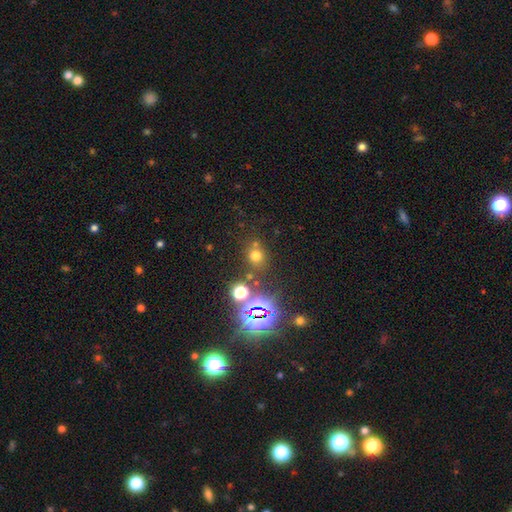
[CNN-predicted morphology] Overall: smooth (62%; star or artifact 31%). How rounded: round (83%). Merging: none (72%).